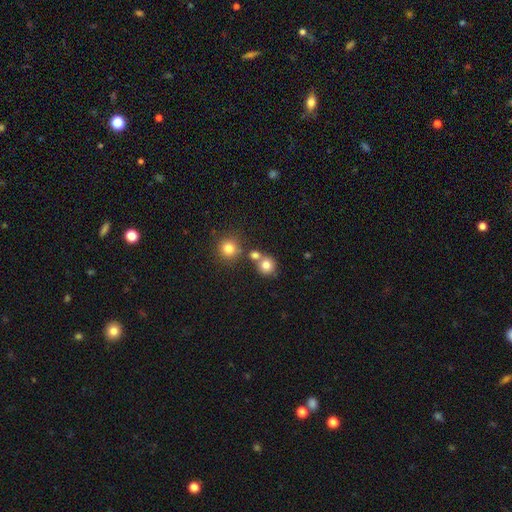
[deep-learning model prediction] smooth_or_featured: smooth (p=0.78) [alt: star or artifact p=0.13]
how_rounded: round (p=0.87) [alt: in between p=0.12]
merging: none (p=0.62) [alt: merger p=0.26]